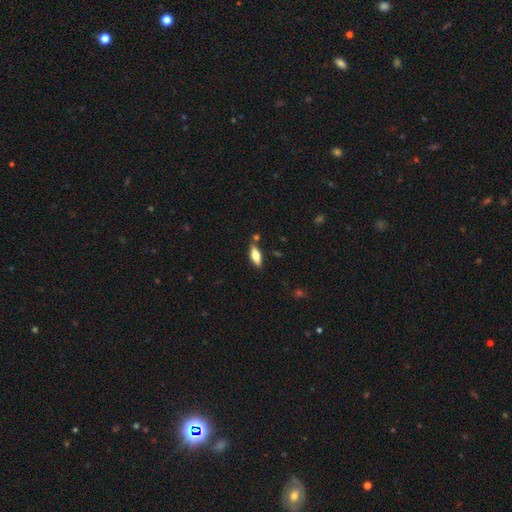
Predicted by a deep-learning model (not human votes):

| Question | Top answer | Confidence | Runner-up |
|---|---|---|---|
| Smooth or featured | smooth | 61% | featured or disk (32%) |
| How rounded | in between | 66% | cigar-shaped (32%) |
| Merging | none | 80% | minor disturbance (12%) |